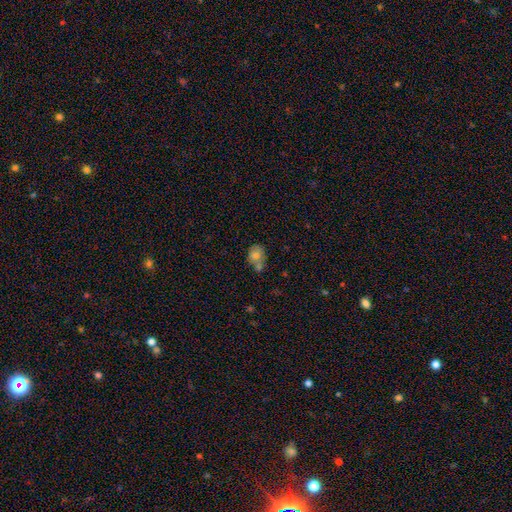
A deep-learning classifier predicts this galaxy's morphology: Overall: smooth (69%). How rounded: round (59%; in between 39%). Merging: none (45%; merger 34%).